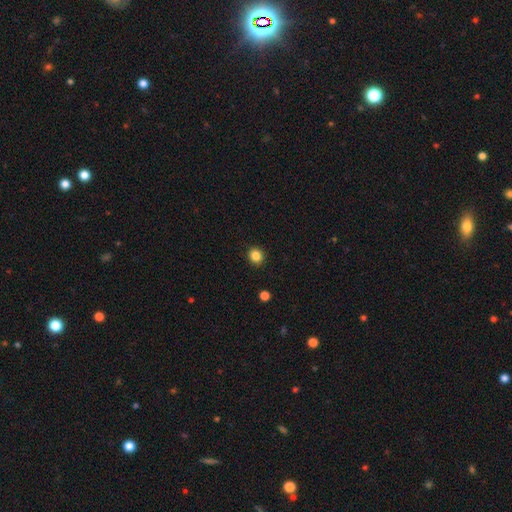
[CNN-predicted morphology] type=smooth (85%); roundness=round (87%); merging=none (92%).